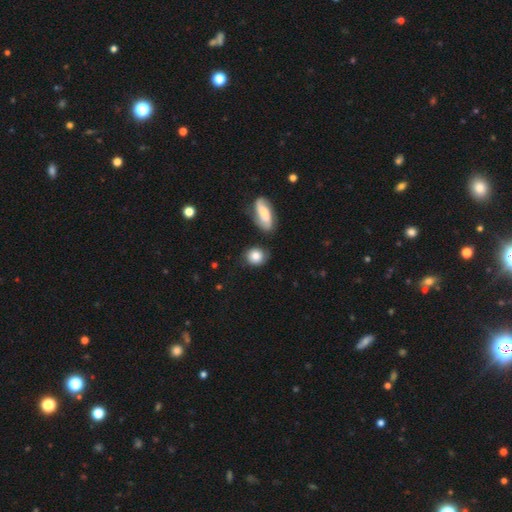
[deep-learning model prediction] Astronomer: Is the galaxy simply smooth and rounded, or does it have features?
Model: smooth — 78%.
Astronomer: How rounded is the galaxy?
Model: round — 74%.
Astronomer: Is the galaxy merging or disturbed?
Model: none — 69%.